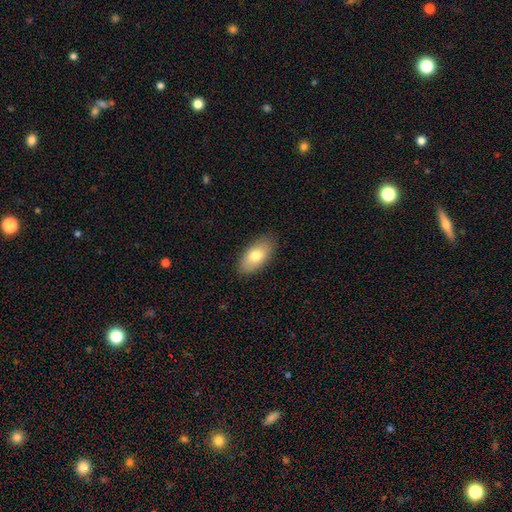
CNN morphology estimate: smooth_or_featured: smooth (p=0.76) [alt: featured or disk p=0.18]
how_rounded: in between (p=0.92) [alt: cigar-shaped p=0.04]
merging: none (p=0.87) [alt: minor disturbance p=0.10]